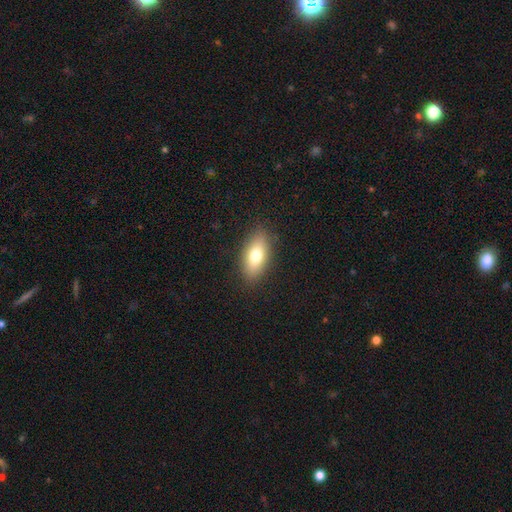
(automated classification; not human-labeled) Overall: smooth (76%). How rounded: in between (84%). Merging: none (87%).